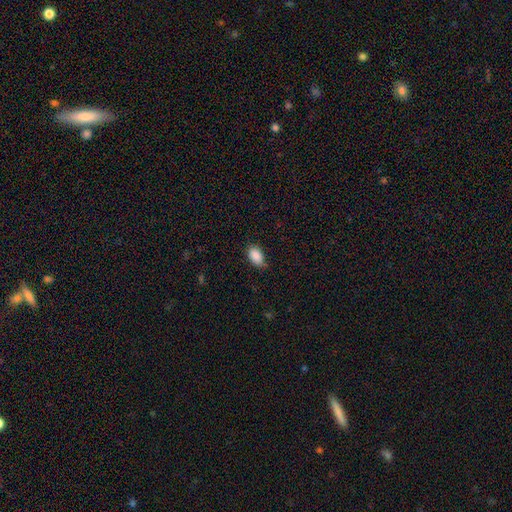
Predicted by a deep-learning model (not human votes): This appears to be a smooth galaxy with no disk features (90%) that is in between round and cigar-shaped (92%). Merging: none (78%).